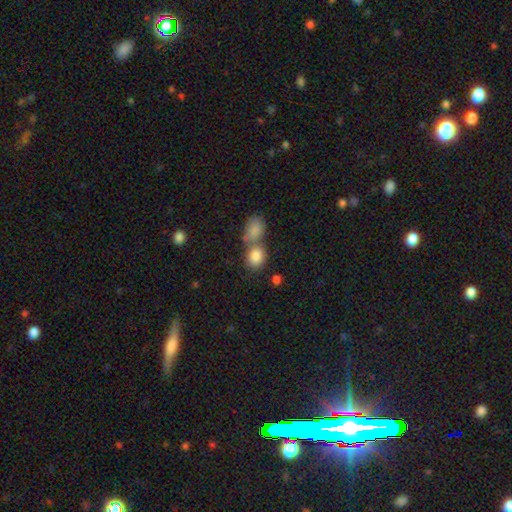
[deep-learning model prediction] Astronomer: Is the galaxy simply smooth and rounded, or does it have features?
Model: smooth — 85%.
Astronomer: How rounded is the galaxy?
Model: in between — 58% (runner-up: round, 40%).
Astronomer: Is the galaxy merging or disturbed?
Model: merger — 48% (runner-up: none, 39%).